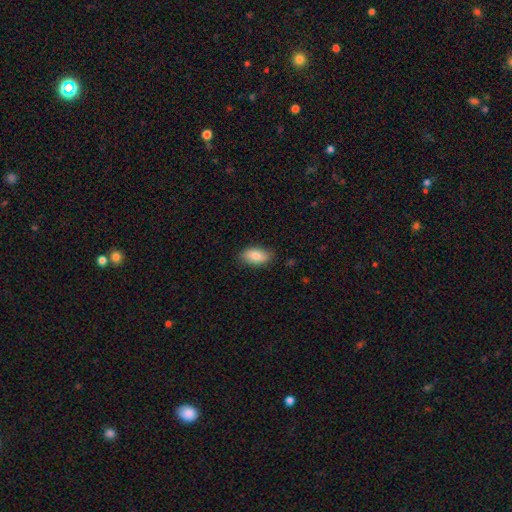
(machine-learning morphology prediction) smooth 84%, featured or disk 9%, star or artifact 7%. Down the decision tree: how rounded — in between (93%); merging — none (83%).